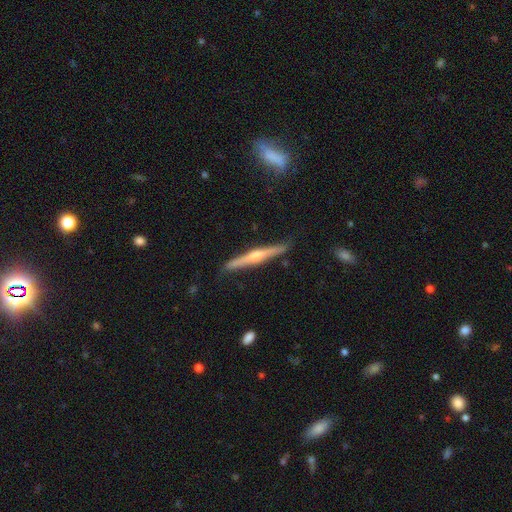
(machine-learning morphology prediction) Q: Smooth or featured?
A: featured or disk (69%); runner-up: smooth (25%)
Q: Edge-on disk?
A: yes (98%); runner-up: no (2%)
Q: Edge-on bulge?
A: rounded (79%); runner-up: none (12%)
Q: Merging?
A: none (87%); runner-up: minor disturbance (10%)